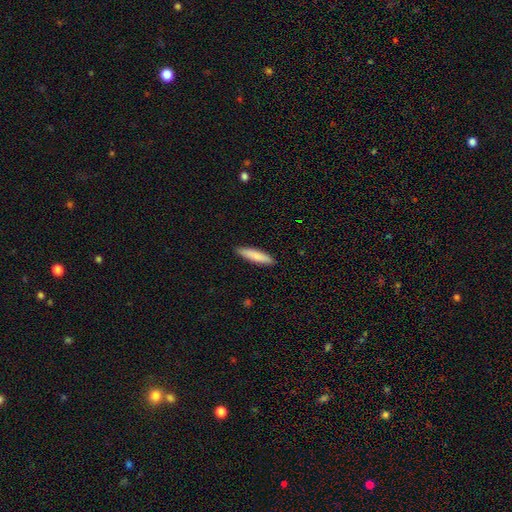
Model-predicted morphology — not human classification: Smooth or featured?
  - smooth: 84% *
  - featured or disk: 10%
  - star or artifact: 5%
How rounded?
  - cigar-shaped: 81% *
  - in between: 18%
  - round: 1%
Merging?
  - none: 90% *
  - minor disturbance: 7%
  - major disturbance: 2%
  - merger: 1%